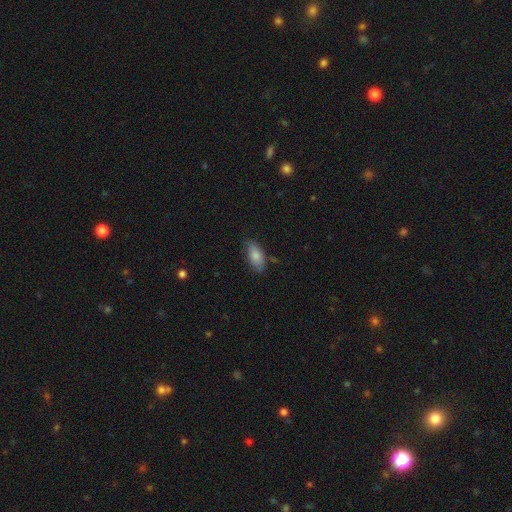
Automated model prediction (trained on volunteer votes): Overall: smooth (81%). How rounded: in between (87%). Merging: none (74%).